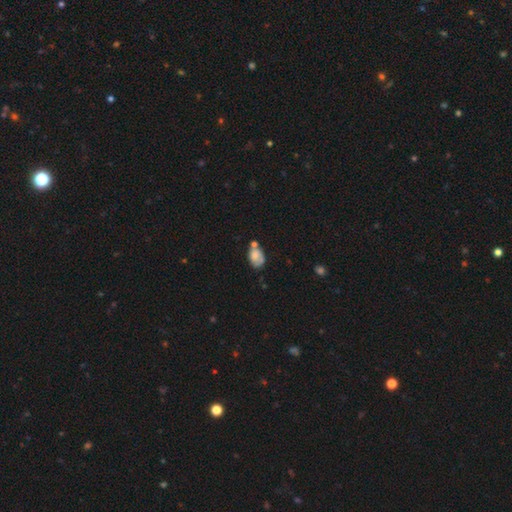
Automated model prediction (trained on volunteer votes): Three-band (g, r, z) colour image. It shows a smooth galaxy with no disk features (69%) that is in between round and cigar-shaped (84%). Merging: none (39%).